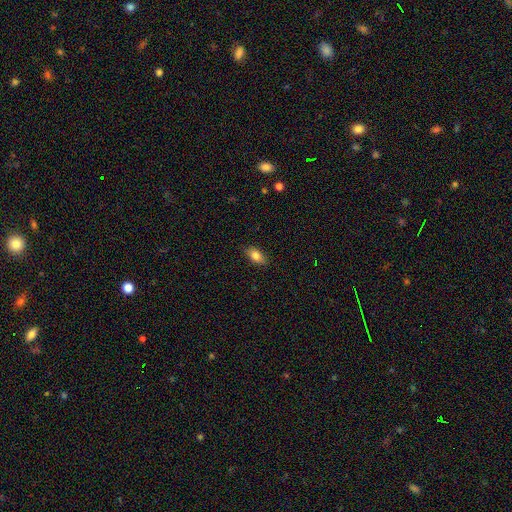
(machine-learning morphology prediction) Smooth or featured? smooth (81%)
How rounded? in between (88%)
Merging? none (87%)